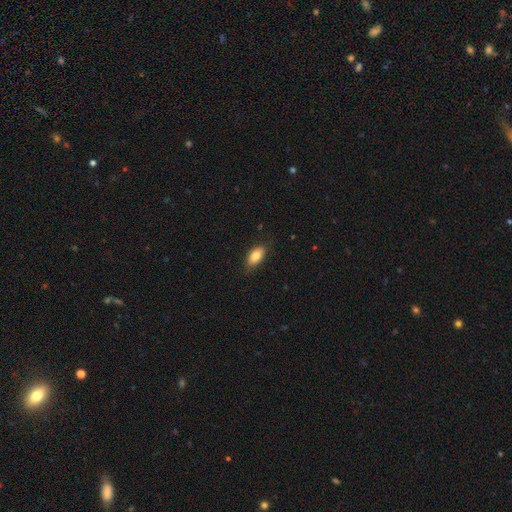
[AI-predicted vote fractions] Smooth or featured? Predicted: smooth (p=0.82). How rounded? Predicted: in between (p=0.92). Merging? Predicted: none (p=0.81).